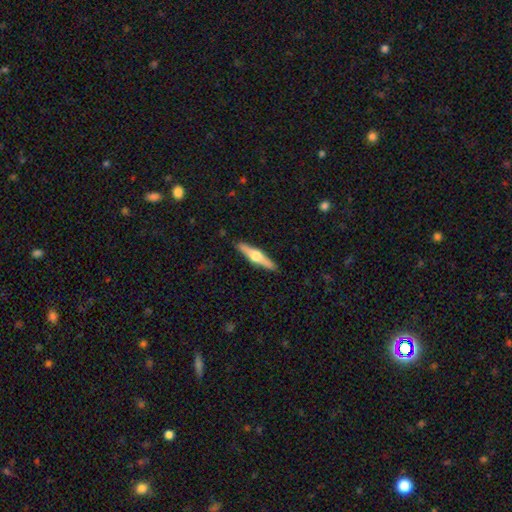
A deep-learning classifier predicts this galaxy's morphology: This appears to be a featured or disk galaxy (66%) viewed edge-on (97%) with a rounded central bulge (95%). Merging: none (90%).